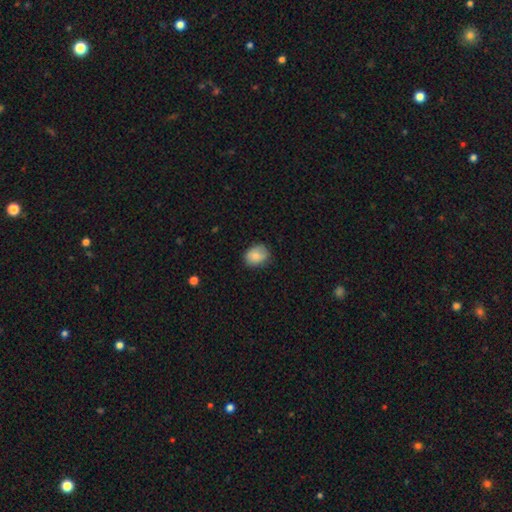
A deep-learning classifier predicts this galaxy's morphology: Smooth or featured: smooth — 82% (featured or disk — 10%)
How rounded: in between — 50% (round — 49%)
Merging: none — 75% (minor disturbance — 20%)